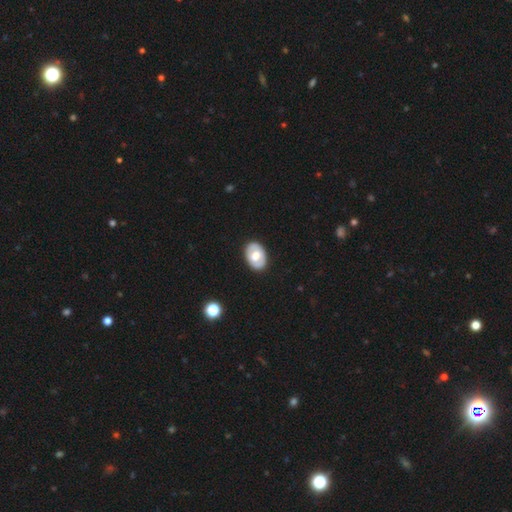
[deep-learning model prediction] A smooth galaxy with no disk features (50%).

Vote fractions:
- Smooth or featured? smooth: 50% / featured or disk: 44% / star or artifact: 6%
- Merging? none: 87% / minor disturbance: 10% / major disturbance: 2% / merger: 1%